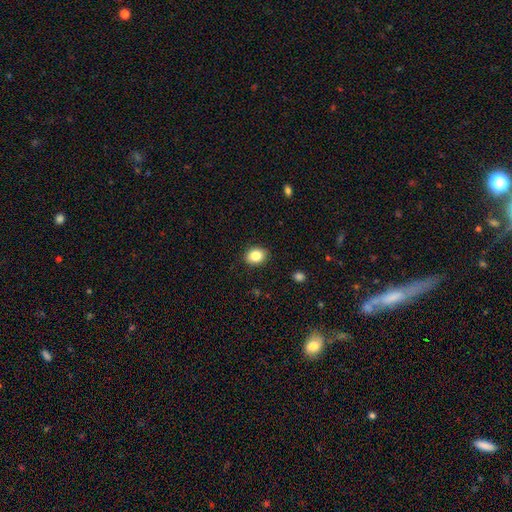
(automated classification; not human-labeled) A smooth galaxy with no disk features (84%) that is in between round and cigar-shaped (53%). Merging: none (89%).